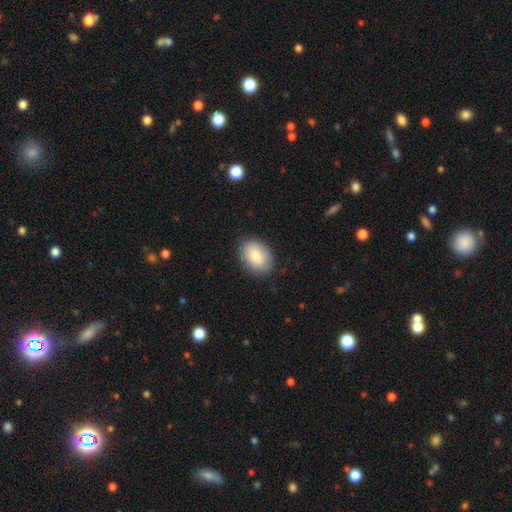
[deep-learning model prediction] A smooth galaxy with no disk features (82%) that is in between round and cigar-shaped (74%). Merging: none (85%).